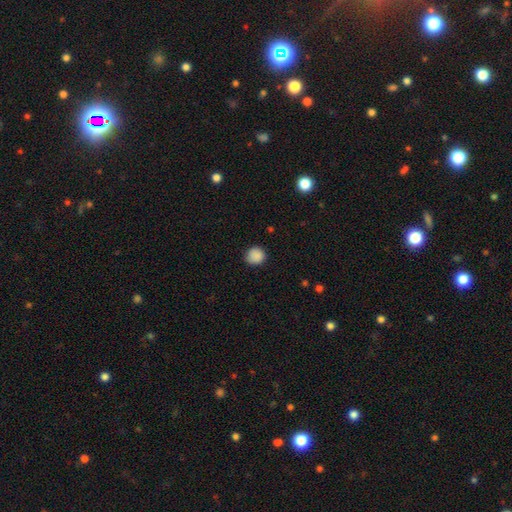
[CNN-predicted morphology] The model was most divided on "merging": none: 86%, minor disturbance: 11%, major disturbance: 2%, merger: 1%. More confident: how rounded — round (90%); smooth or featured — smooth (88%).